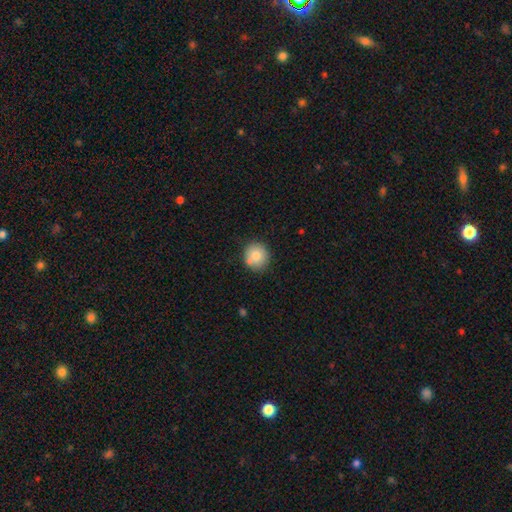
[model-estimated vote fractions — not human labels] Smooth or featured?
  - smooth: 79% *
  - featured or disk: 12%
  - star or artifact: 9%
How rounded?
  - round: 90% *
  - in between: 9%
  - cigar-shaped: 1%
Merging?
  - none: 76% *
  - minor disturbance: 13%
  - merger: 8%
  - major disturbance: 3%